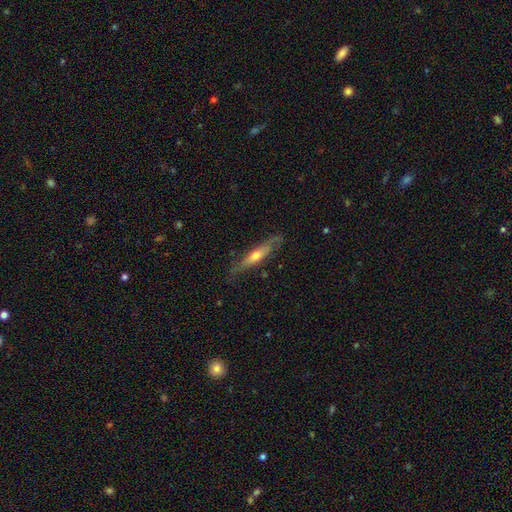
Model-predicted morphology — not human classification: type=featured or disk (58%); edge-on=yes (79%); merging=none (75%).